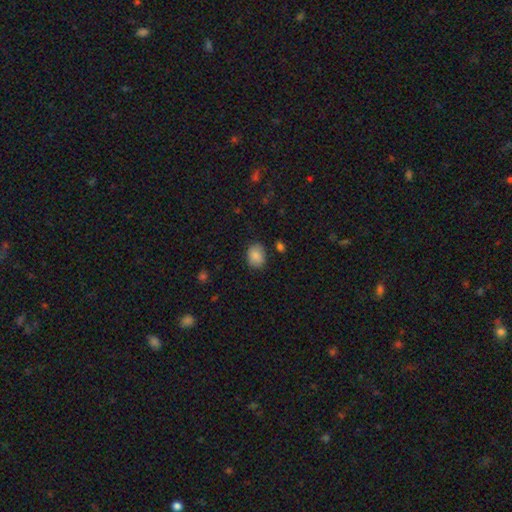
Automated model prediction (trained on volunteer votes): smooth_or_featured: smooth (p=0.85) [alt: star or artifact p=0.08]
how_rounded: in between (p=0.55) [alt: round p=0.44]
merging: none (p=0.82) [alt: minor disturbance p=0.13]